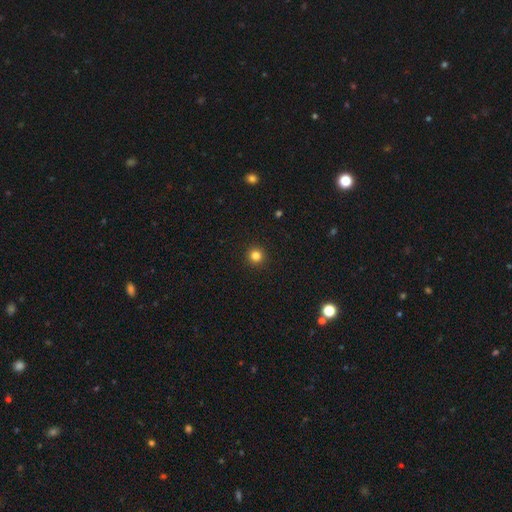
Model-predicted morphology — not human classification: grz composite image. It shows a smooth galaxy with no disk features (82%) that is round (96%). Merging: none (93%).